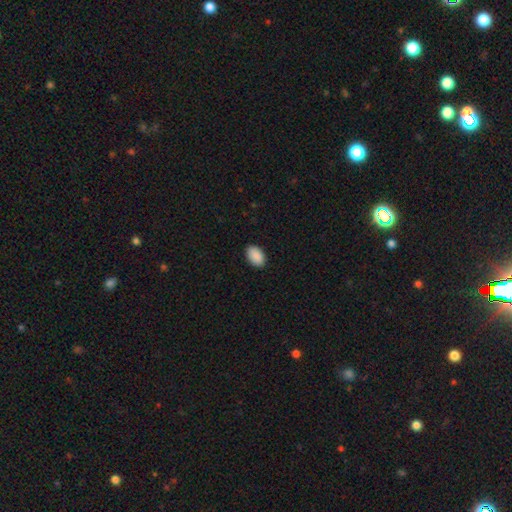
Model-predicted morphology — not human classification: Smooth or featured? smooth (91%)
How rounded? in between (92%)
Merging? none (90%)